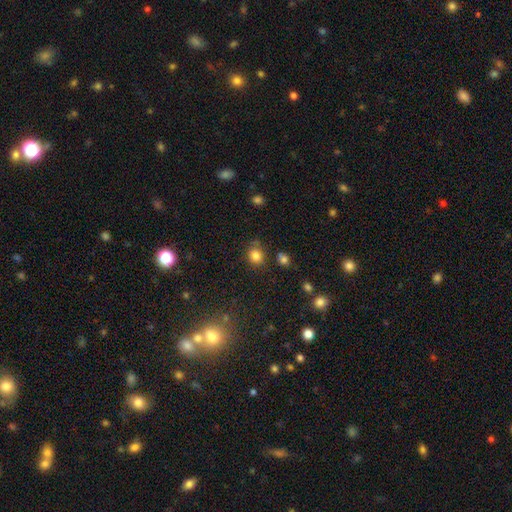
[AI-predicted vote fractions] Overall: smooth (82%). How rounded: round (78%). Merging: none (76%).